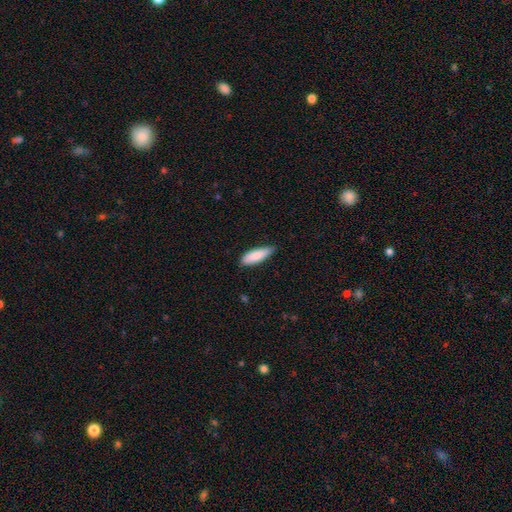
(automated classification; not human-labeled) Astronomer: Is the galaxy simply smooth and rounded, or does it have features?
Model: smooth — 86%.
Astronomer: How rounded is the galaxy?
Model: in between — 58% (runner-up: cigar-shaped, 41%).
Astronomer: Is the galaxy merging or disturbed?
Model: none — 78%.